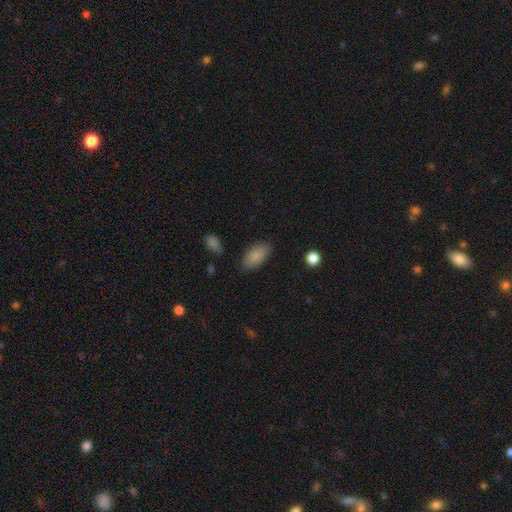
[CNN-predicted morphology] smooth 87%, star or artifact 7%, featured or disk 6%. Down the decision tree: how rounded — in between (92%); merging — none (83%).